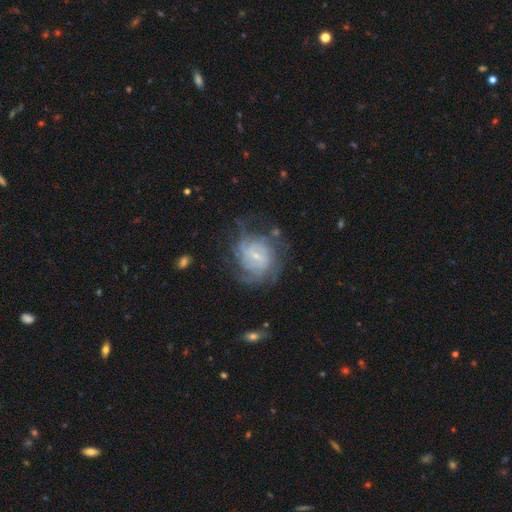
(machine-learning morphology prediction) smooth-or-featured: featured or disk: 79% | smooth: 13% | star or artifact: 8%
  disk-edge-on: no: 97% | yes: 3%
    bar: weak: 48% | no: 40% | strong: 13%
    has-spiral-arms: yes: 91% | no: 9%
      spiral-winding: tight: 60% | medium: 31% | loose: 9%
      spiral-arm-count: can't tell: 44% | 2: 17% | 3: 15% | 4: 13% | more than 4: 6% | 1: 5%
    bulge-size: small: 72% | moderate: 20% | none: 5% | large: 2% | dominant: 1%
  merging: none: 65% | minor disturbance: 19% | major disturbance: 14% | merger: 2%